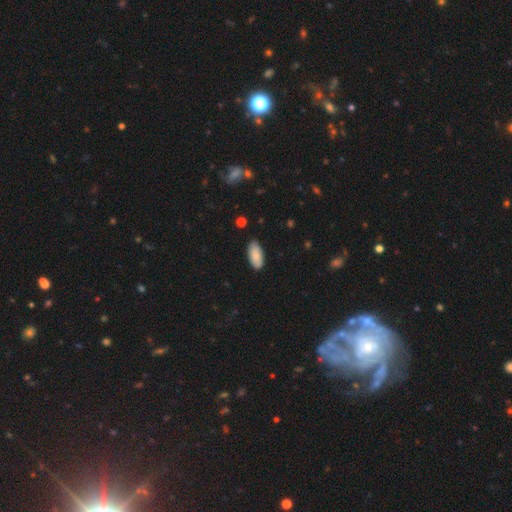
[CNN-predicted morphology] A smooth galaxy with no disk features (85%) that is in between round and cigar-shaped (91%).

Vote fractions:
- Smooth or featured? smooth: 85% / featured or disk: 9% / star or artifact: 6%
- How rounded? in between: 91% / cigar-shaped: 8% / round: 2%
- Merging? none: 82% / minor disturbance: 15% / major disturbance: 2% / merger: 1%